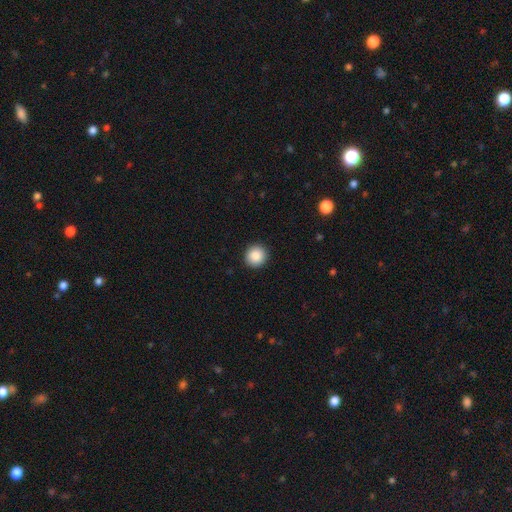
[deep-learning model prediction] smooth_or_featured: smooth (p=0.88) [alt: star or artifact p=0.08]
how_rounded: round (p=0.92) [alt: in between p=0.07]
merging: none (p=0.92) [alt: minor disturbance p=0.05]